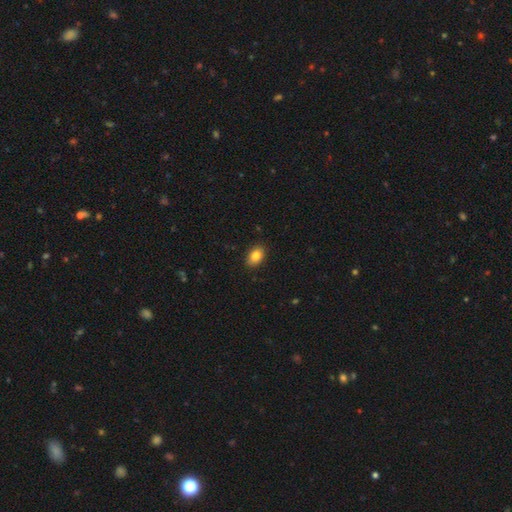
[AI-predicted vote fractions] Q: Smooth or featured?
A: smooth (84%); runner-up: star or artifact (9%)
Q: How rounded?
A: in between (85%); runner-up: round (13%)
Q: Merging?
A: none (88%); runner-up: minor disturbance (9%)